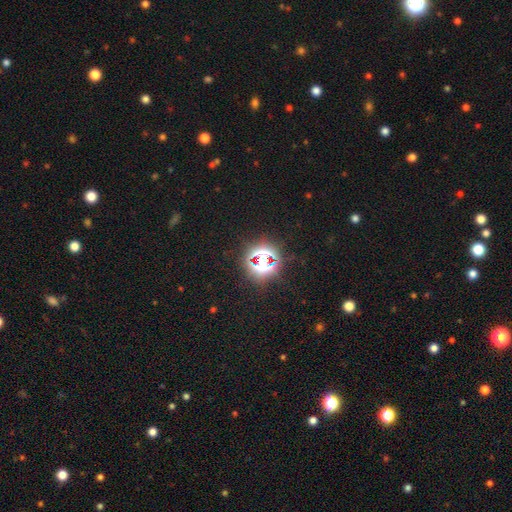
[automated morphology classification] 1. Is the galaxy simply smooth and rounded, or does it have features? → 77% star or artifact, 16% smooth, 7% featured or disk.